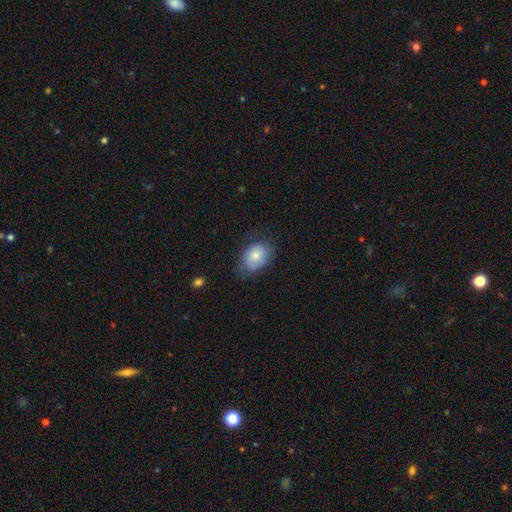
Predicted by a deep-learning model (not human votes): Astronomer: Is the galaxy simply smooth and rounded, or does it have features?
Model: smooth — 75%.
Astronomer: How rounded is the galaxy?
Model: in between — 78%.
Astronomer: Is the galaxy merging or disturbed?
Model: none — 61%.